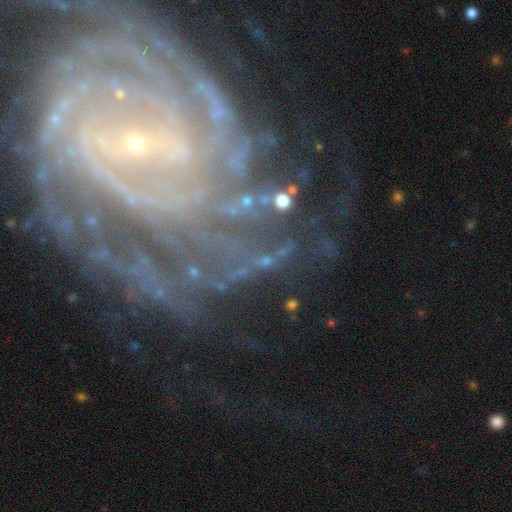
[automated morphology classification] This is clearly a featured or disk galaxy (88%). It is clearly not viewed edge-on (97%). Bar: marginally weak (36%, tied with no). Spiral arm pattern: clearly yes (97%). Spiral arm count: marginally more than 4 (25%). Spiral winding: likely tight (73%). Central bulge: clearly small (88%). Merging: likely none (70%).